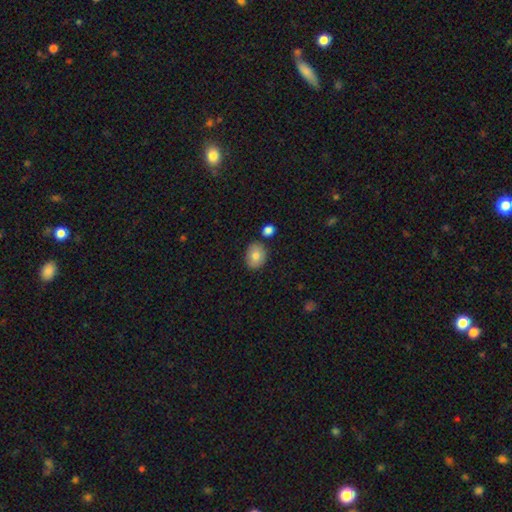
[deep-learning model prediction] smooth 79%, featured or disk 13%, star or artifact 8%. Down the decision tree: how rounded — in between (58%); merging — none (78%).